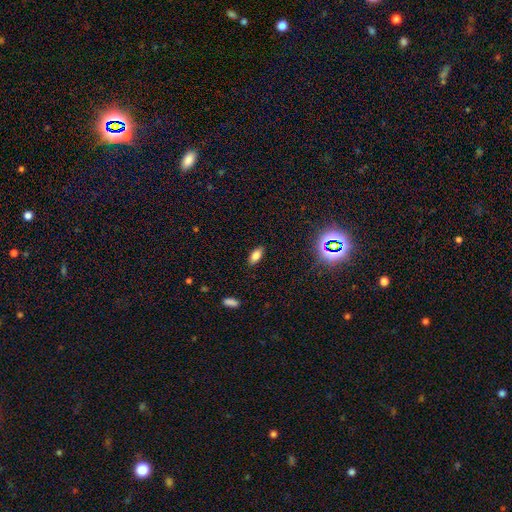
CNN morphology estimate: Smooth or featured? smooth (77%)
How rounded? in between (85%)
Merging? none (87%)